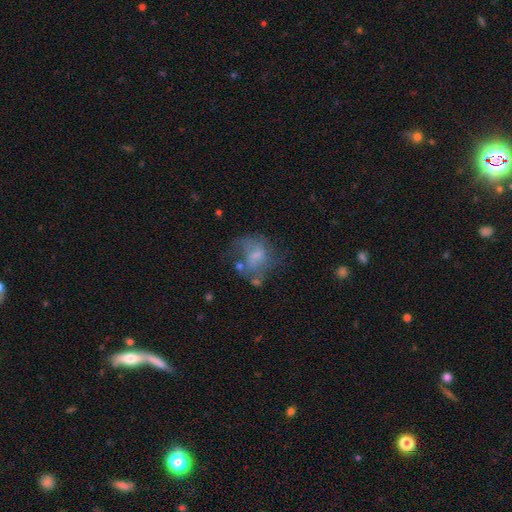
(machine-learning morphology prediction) A featured or disk galaxy (49%).

Vote fractions:
- Smooth or featured? featured or disk: 49% / smooth: 39% / star or artifact: 12%
- Merging? none: 35% / major disturbance: 34% / minor disturbance: 22% / merger: 10%